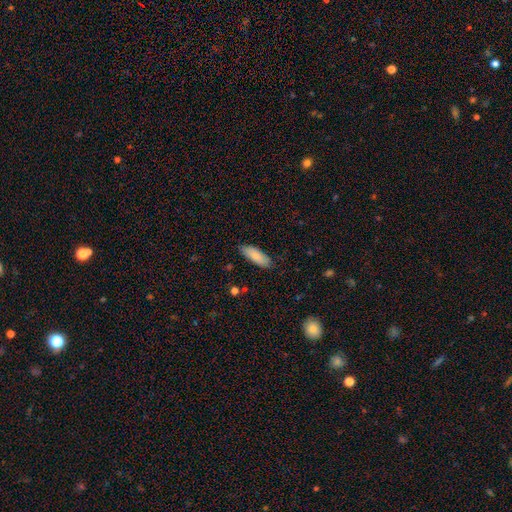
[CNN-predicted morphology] Smooth or featured: smooth — 86% (featured or disk — 8%)
How rounded: in between — 67% (cigar-shaped — 31%)
Merging: none — 83% (minor disturbance — 13%)